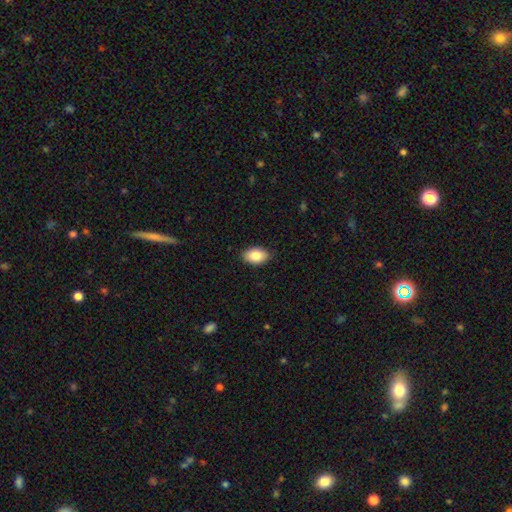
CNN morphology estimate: A smooth galaxy with no disk features (85%) that is in between round and cigar-shaped (90%).

Vote fractions:
- Smooth or featured? smooth: 85% / featured or disk: 8% / star or artifact: 7%
- How rounded? in between: 90% / round: 9% / cigar-shaped: 1%
- Merging? none: 87% / minor disturbance: 11% / major disturbance: 2% / merger: 1%